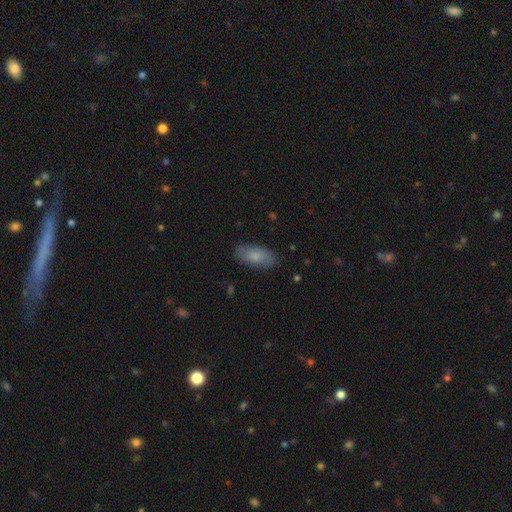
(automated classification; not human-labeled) A smooth galaxy with no disk features (73%) that is in between round and cigar-shaped (87%). Merging: none (80%).